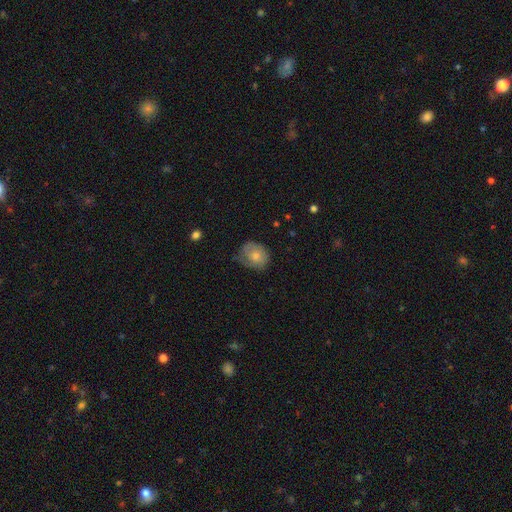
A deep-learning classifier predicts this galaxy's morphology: A smooth galaxy with no disk features (73%) that is round (59%). Merging: none (55%).